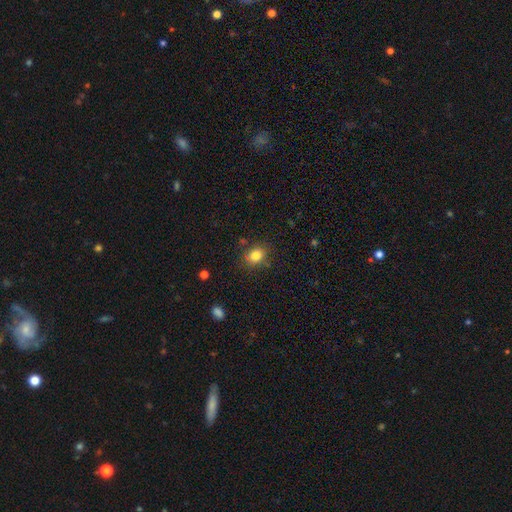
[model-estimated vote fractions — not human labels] This appears to be a smooth galaxy with no disk features (83%) that is round (51%). Merging: none (81%).